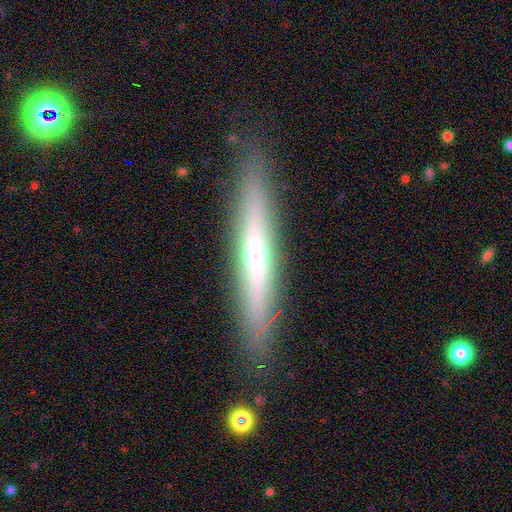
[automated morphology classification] This appears to be a featured or disk galaxy (63%) viewed edge-on (91%) with a rounded central bulge (75%). Merging: none (89%).